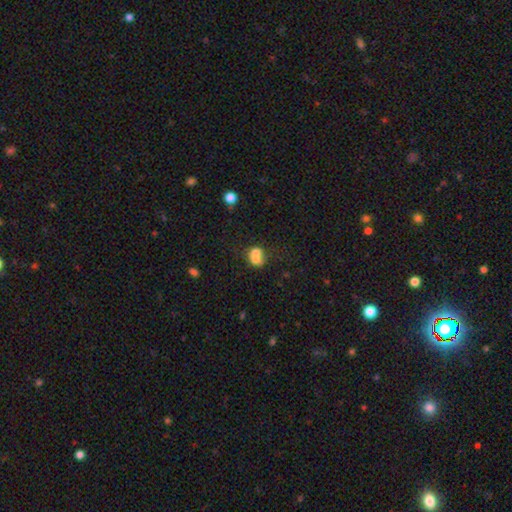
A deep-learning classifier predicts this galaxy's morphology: smooth 68%, featured or disk 19%, star or artifact 12%. Down the decision tree: how rounded — in between (58%); merging — merger (53%).